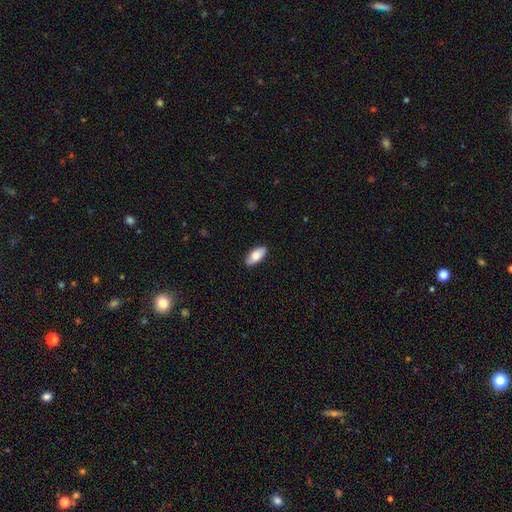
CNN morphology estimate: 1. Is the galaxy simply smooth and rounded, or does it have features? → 81% smooth, 13% featured or disk, 6% star or artifact.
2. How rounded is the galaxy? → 89% in between, 9% cigar-shaped, 2% round.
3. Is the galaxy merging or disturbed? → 88% none, 9% minor disturbance, 2% major disturbance, 1% merger.